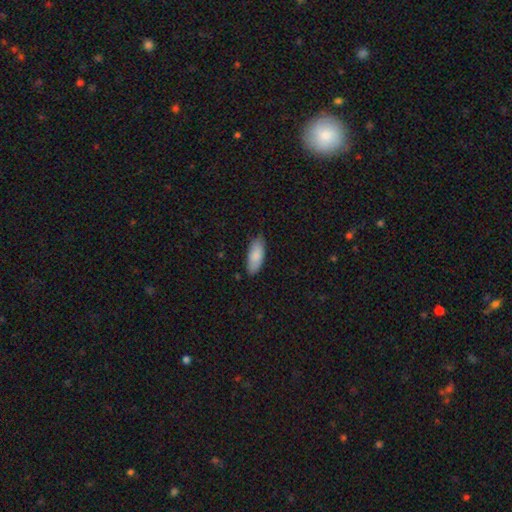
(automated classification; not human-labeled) Smooth or featured: smooth — 85% (featured or disk — 9%)
How rounded: in between — 82% (cigar-shaped — 16%)
Merging: none — 82% (minor disturbance — 15%)